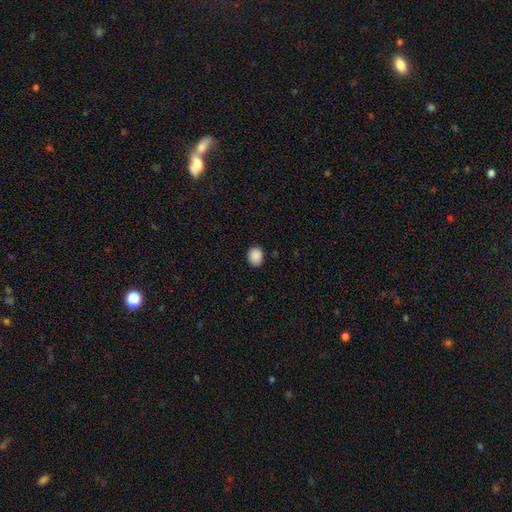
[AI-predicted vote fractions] Overall: smooth (89%). How rounded: round (53%; in between 47%). Merging: none (89%).